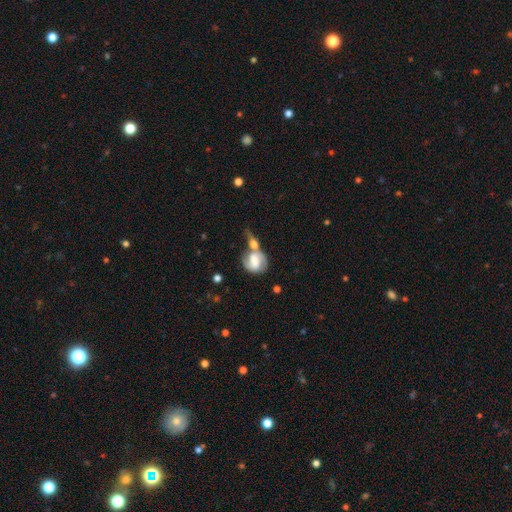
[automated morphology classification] Q: Smooth or featured?
A: featured or disk (54%); runner-up: smooth (34%)
Q: Edge-on disk?
A: no (94%); runner-up: yes (6%)
Q: Bar?
A: no (44%); runner-up: weak (38%)
Q: Spiral arms?
A: yes (71%); runner-up: no (29%)
Q: Bulge size?
A: moderate (41%); runner-up: small (23%)
Q: Merging?
A: merger (46%); runner-up: none (29%)